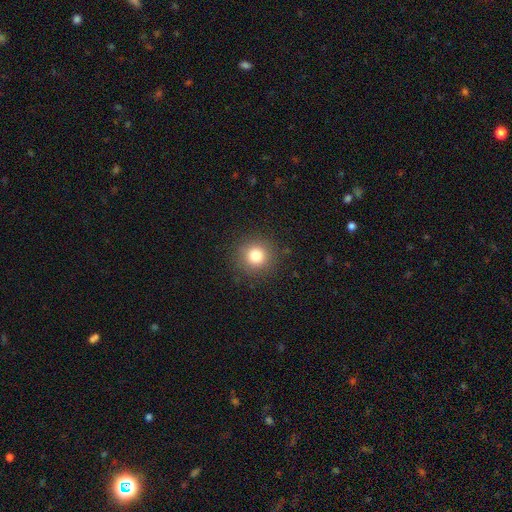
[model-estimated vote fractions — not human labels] A smooth galaxy with no disk features (80%) that is round (94%).

Vote fractions:
- Smooth or featured? smooth: 80% / star or artifact: 13% / featured or disk: 7%
- How rounded? round: 94% / in between: 5% / cigar-shaped: 1%
- Merging? none: 89% / minor disturbance: 7% / major disturbance: 3% / merger: 1%